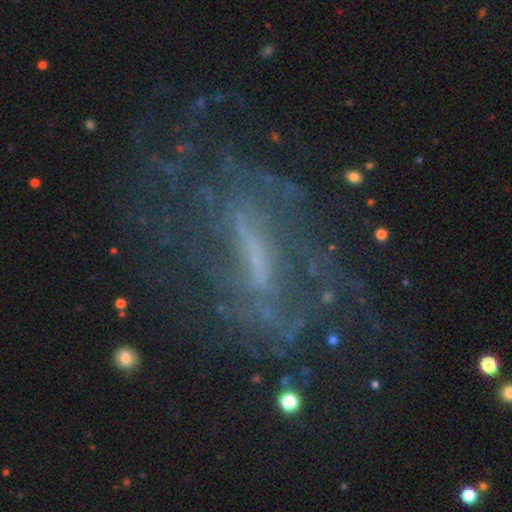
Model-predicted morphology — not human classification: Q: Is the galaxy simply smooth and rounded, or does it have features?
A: featured or disk — 76%.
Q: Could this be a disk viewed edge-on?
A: no — 82%.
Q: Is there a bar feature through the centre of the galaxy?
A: strong — 53%.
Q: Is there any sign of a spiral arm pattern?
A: yes — 76%.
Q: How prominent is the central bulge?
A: none — 38%.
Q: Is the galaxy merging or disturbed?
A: none — 62%.